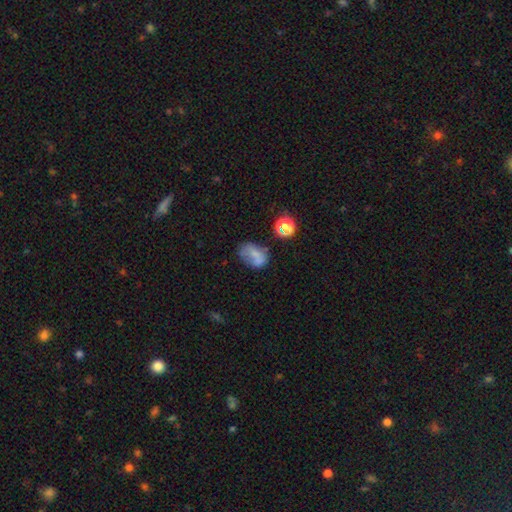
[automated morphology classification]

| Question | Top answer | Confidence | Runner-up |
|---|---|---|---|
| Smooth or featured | smooth | 59% | featured or disk (26%) |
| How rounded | in between | 74% | round (25%) |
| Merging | none | 43% | minor disturbance (27%) |